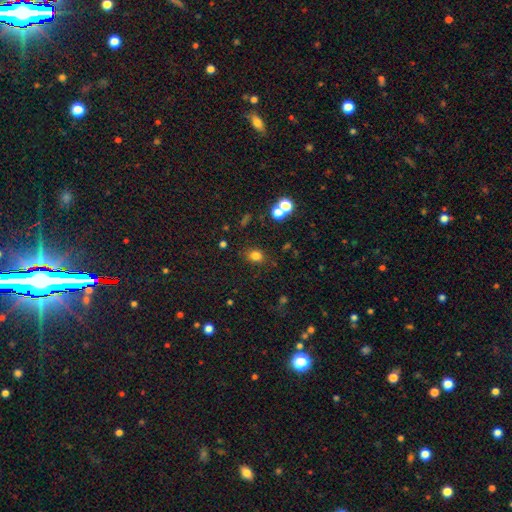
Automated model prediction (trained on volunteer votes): smooth_or_featured: smooth (p=0.78) [alt: star or artifact p=0.16]
how_rounded: round (p=0.61) [alt: in between p=0.38]
merging: none (p=0.80) [alt: minor disturbance p=0.11]